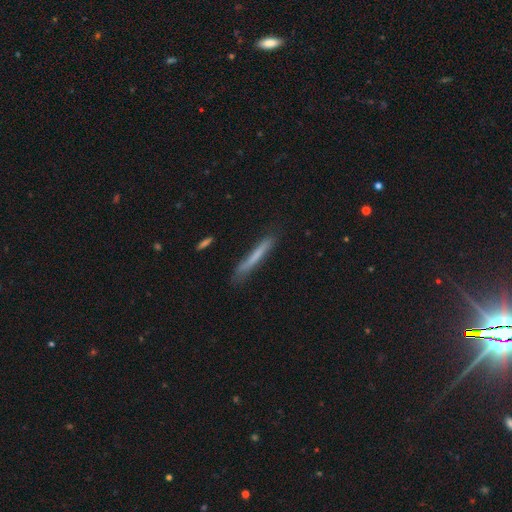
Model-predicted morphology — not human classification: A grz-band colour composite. It shows a smooth galaxy with no disk features (63%) that is cigar-shaped (96%). Merging: none (76%).